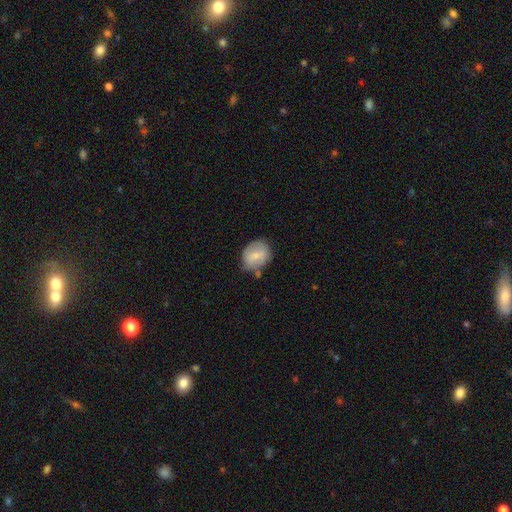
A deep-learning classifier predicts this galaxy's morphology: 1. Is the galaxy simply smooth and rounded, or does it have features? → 67% smooth, 26% featured or disk, 7% star or artifact.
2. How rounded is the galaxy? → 52% round, 47% in between, 1% cigar-shaped.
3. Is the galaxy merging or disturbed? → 63% none, 26% minor disturbance, 6% major disturbance, 6% merger.